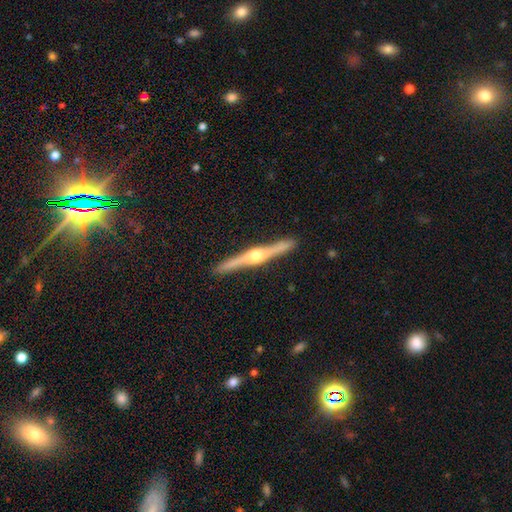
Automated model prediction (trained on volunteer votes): The model was most divided on "smooth or featured": featured or disk: 85%, smooth: 11%, star or artifact: 4%. More confident: edge-on disk — yes (98%); edge-on bulge — rounded (94%); merging — none (91%).